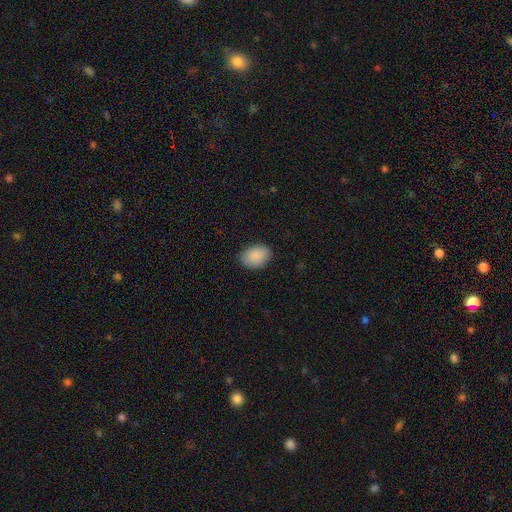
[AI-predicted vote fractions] The model was most divided on "how rounded": in between: 72%, round: 27%, cigar-shaped: 1%. More confident: smooth or featured — smooth (89%); merging — none (84%).